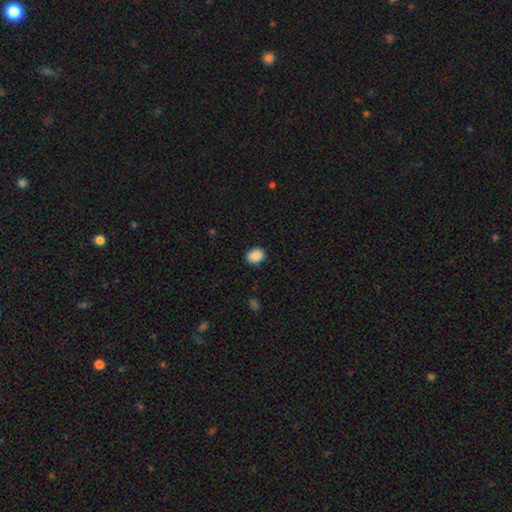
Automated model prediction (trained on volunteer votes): Morphology: type=smooth (89%); roundness=in between (56%); merging=none (85%).